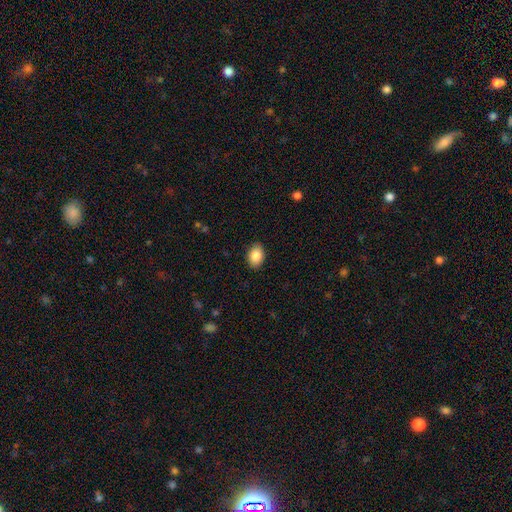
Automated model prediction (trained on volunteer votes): The model was most divided on "how rounded": in between: 83%, round: 16%, cigar-shaped: 1%. More confident: merging — none (89%); smooth or featured — smooth (87%).